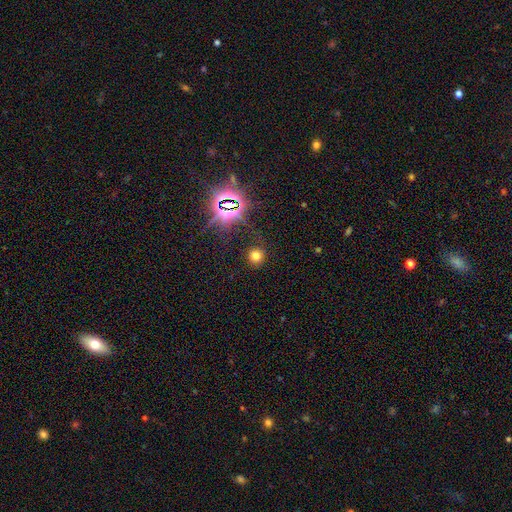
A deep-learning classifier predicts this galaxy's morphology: This appears to be a smooth galaxy with no disk features (68%) that is round (91%). Merging: none (87%).